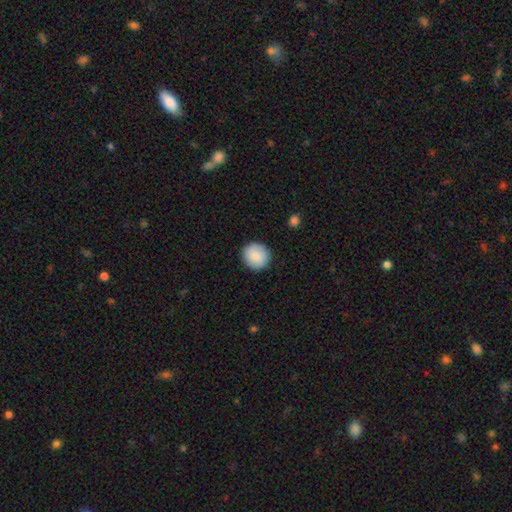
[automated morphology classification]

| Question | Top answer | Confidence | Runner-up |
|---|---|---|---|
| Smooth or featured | smooth | 87% | star or artifact (6%) |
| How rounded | round | 91% | in between (8%) |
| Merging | none | 90% | minor disturbance (7%) |